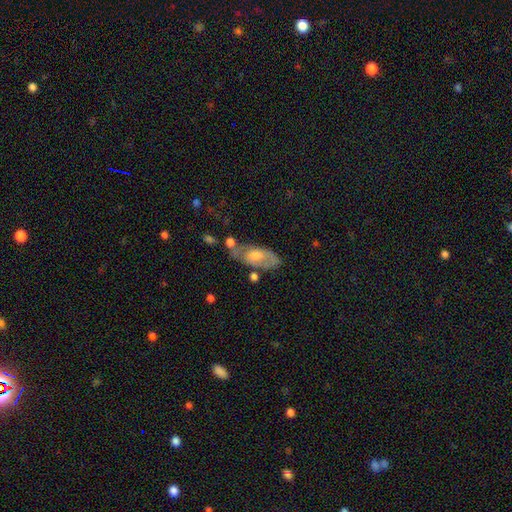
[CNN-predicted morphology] Smooth or featured: featured or disk — 49% (smooth — 43%)
Merging: none — 45% (minor disturbance — 26%)